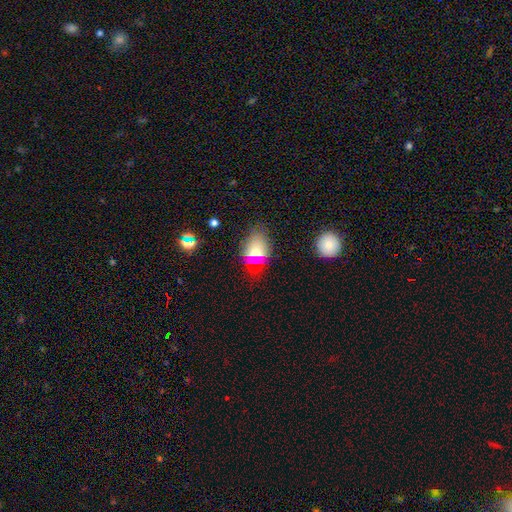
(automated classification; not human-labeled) Morphology: type=smooth (67%); roundness=in between (80%); merging=none (79%).